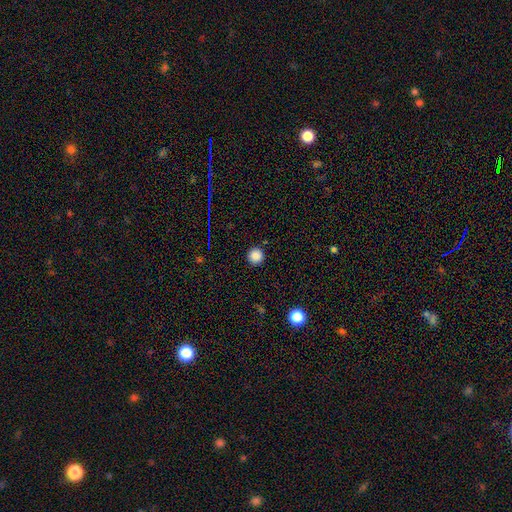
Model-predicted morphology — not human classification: smooth 86%, star or artifact 11%, featured or disk 3%. Down the decision tree: how rounded — round (95%); merging — none (92%).